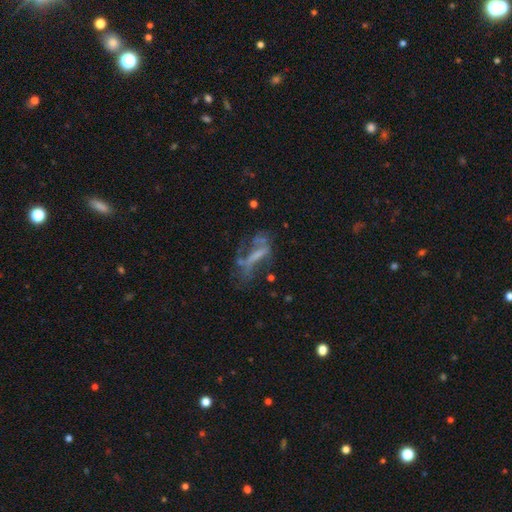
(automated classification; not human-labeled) Smooth or featured?
  - featured or disk: 58% *
  - smooth: 26%
  - star or artifact: 16%
Edge-on disk?
  - no: 80% *
  - yes: 20%
Merging?
  - major disturbance: 38% *
  - none: 34%
  - minor disturbance: 19%
  - merger: 9%